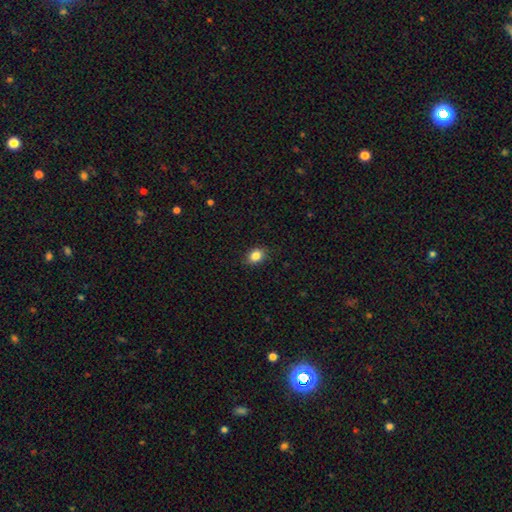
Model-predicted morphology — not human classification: Q: Smooth or featured?
A: smooth (85%); runner-up: star or artifact (10%)
Q: How rounded?
A: in between (60%); runner-up: round (39%)
Q: Merging?
A: none (87%); runner-up: minor disturbance (10%)